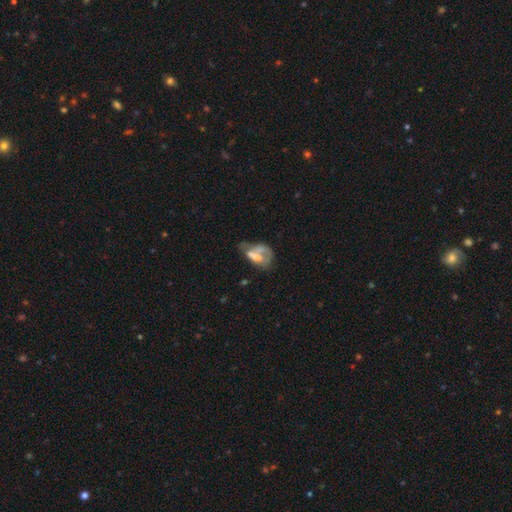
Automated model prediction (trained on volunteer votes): The model was most divided on "merging" (2-way tie): major disturbance: 31%, merger: 31%, none: 19%, minor disturbance: 18%. Remaining: smooth or featured — featured or disk (47%).